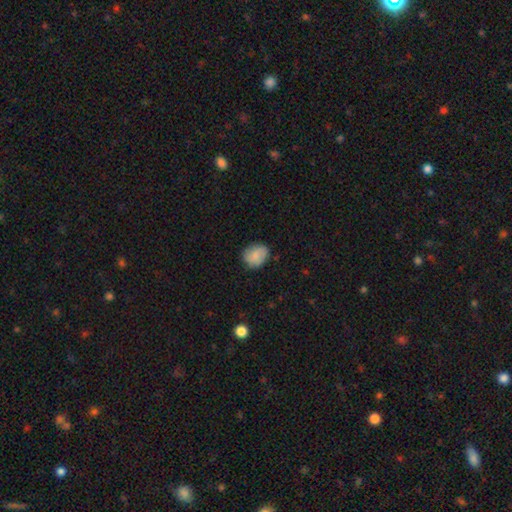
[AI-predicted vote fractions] Q: Smooth or featured?
A: smooth (79%); runner-up: featured or disk (14%)
Q: How rounded?
A: round (53%); runner-up: in between (46%)
Q: Merging?
A: none (77%); runner-up: minor disturbance (18%)